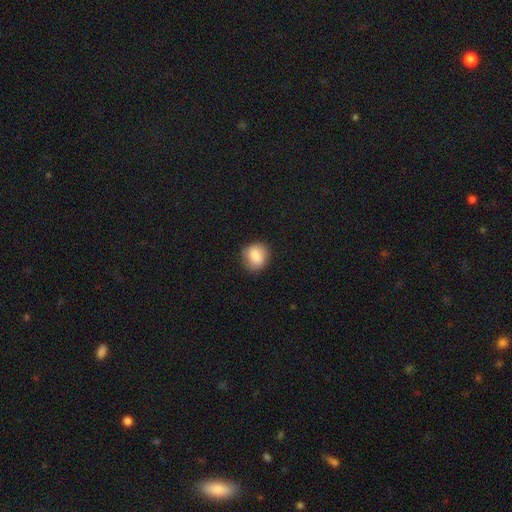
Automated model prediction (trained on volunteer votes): This is clearly a smooth galaxy (84%). How rounded: likely round (69%). Merging: likely none (79%).